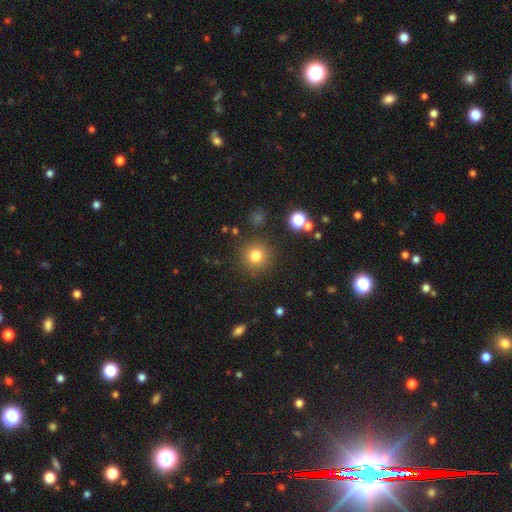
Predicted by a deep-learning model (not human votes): smooth-or-featured: smooth: 79% | star or artifact: 14% | featured or disk: 7%
  how-rounded: round: 94% | in between: 5% | cigar-shaped: 1%
  merging: none: 87% | minor disturbance: 7% | major disturbance: 3% | merger: 3%